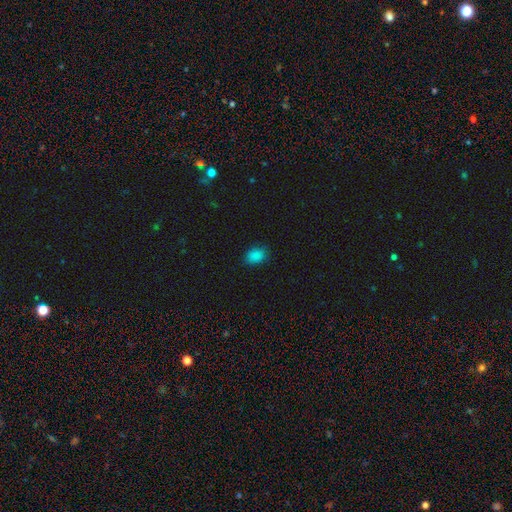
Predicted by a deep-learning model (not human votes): A smooth galaxy with no disk features (85%) that is in between round and cigar-shaped (74%).

Vote fractions:
- Smooth or featured? smooth: 85% / star or artifact: 12% / featured or disk: 3%
- How rounded? in between: 74% / round: 25% / cigar-shaped: 1%
- Merging? none: 83% / minor disturbance: 13% / major disturbance: 3% / merger: 1%